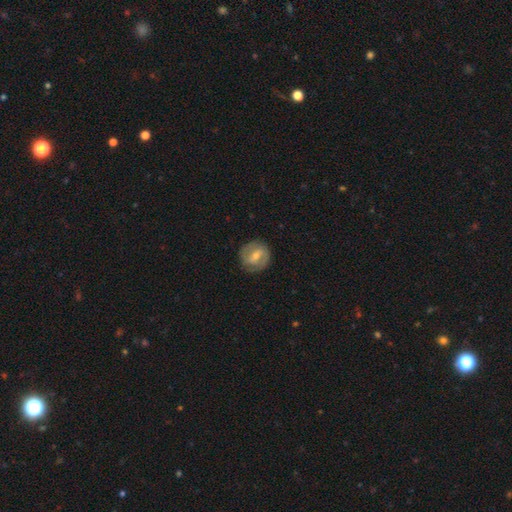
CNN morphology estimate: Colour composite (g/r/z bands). It shows a featured or disk galaxy (65%) with a weak bar (49%), spiral arms (79%) and a moderate central bulge (53%). Merging: none (85%).